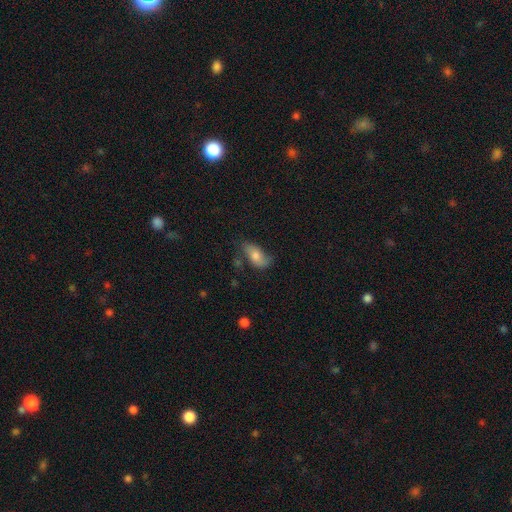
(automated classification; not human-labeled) This is likely a smooth galaxy (67%). How rounded: clearly in between (88%). Merging: possibly none (57%).